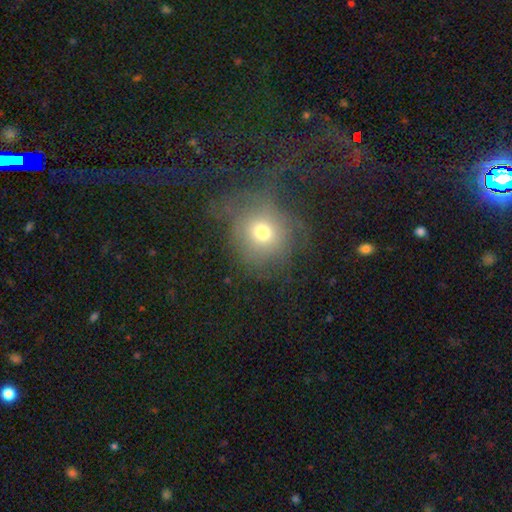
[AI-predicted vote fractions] Smooth or featured? Predicted: smooth (p=0.50). Merging? Predicted: none (p=0.47).